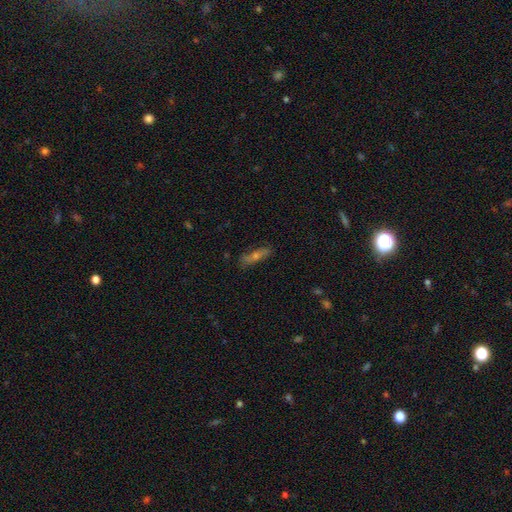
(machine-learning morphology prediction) smooth-or-featured: featured or disk: 46% | smooth: 40% | star or artifact: 14%
  merging: none: 82% | minor disturbance: 13% | major disturbance: 3% | merger: 2%